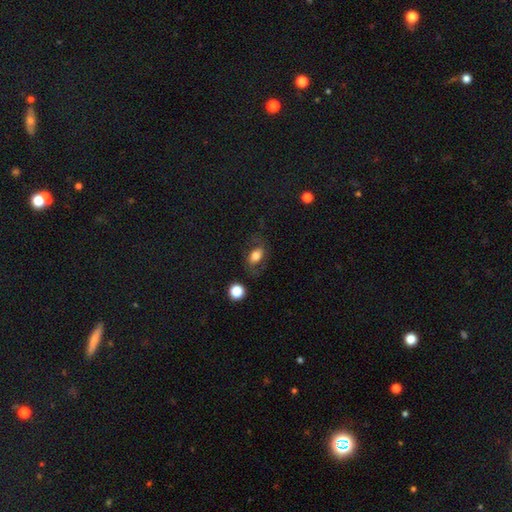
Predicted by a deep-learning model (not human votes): The model was most divided on "smooth or featured": smooth: 63%, featured or disk: 28%, star or artifact: 9%. More confident: how rounded — in between (80%); merging — none (66%).